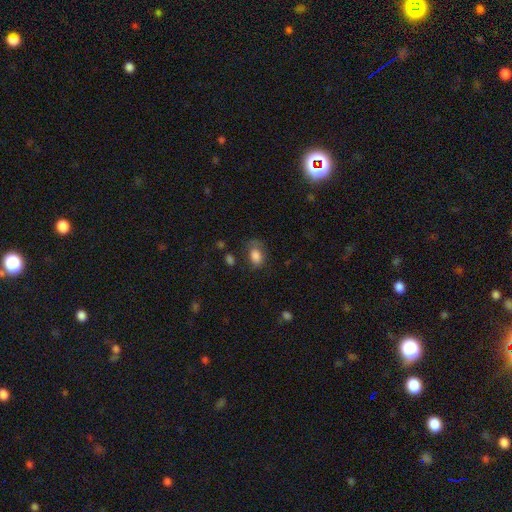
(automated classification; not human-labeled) smooth_or_featured: smooth (p=0.80) [alt: featured or disk p=0.10]
how_rounded: in between (p=0.83) [alt: round p=0.16]
merging: none (p=0.53) [alt: minor disturbance p=0.27]